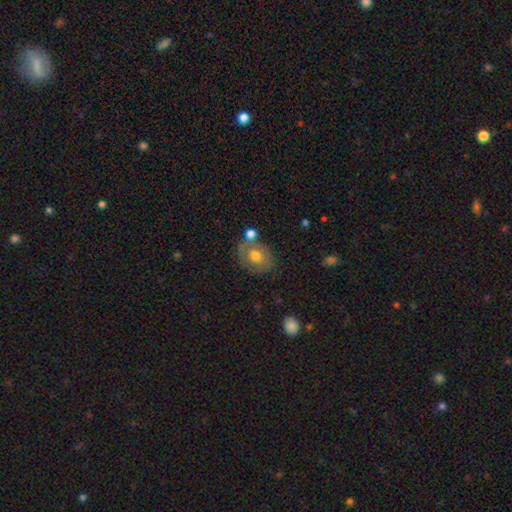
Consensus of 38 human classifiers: Smooth or featured?
  - smooth: 55% *
  - featured or disk: 39%
  - star or artifact: 5%
How rounded?
  - in between: 57% *
  - round: 43%
  - cigar-shaped: 0%
Merging?
  - none: 69% *
  - minor disturbance: 17%
  - merger: 8%
  - major disturbance: 6%